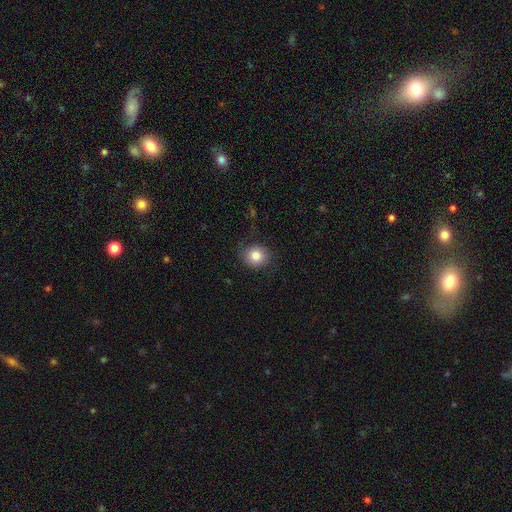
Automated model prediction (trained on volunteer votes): Q: Smooth or featured?
A: smooth (83%); runner-up: star or artifact (9%)
Q: How rounded?
A: round (80%); runner-up: in between (19%)
Q: Merging?
A: none (80%); runner-up: minor disturbance (14%)